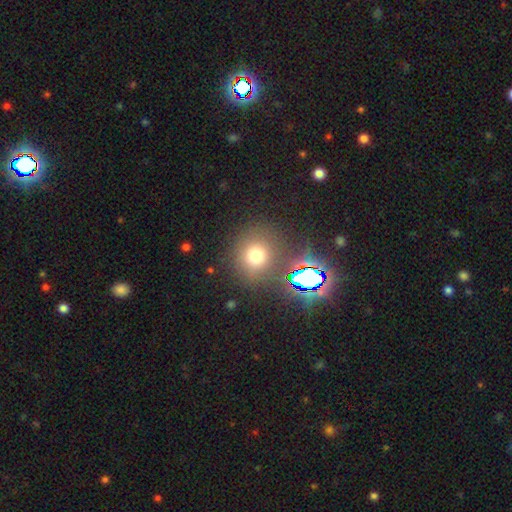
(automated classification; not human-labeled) Overall: smooth (69%). How rounded: round (88%). Merging: none (81%).